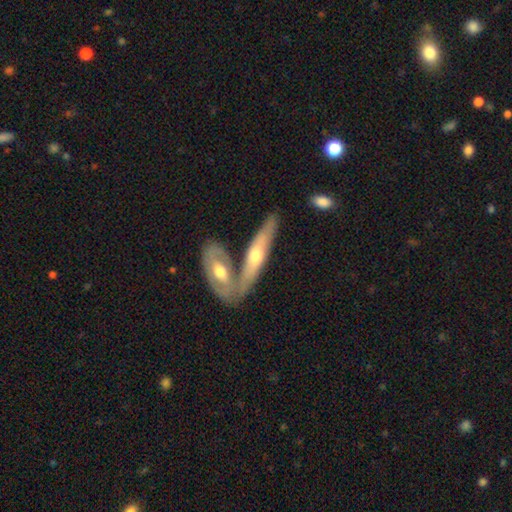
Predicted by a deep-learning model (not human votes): smooth_or_featured: featured or disk (p=0.60) [alt: smooth p=0.35]
disk_edge_on: yes (p=0.76) [alt: no p=0.24]
merging: none (p=0.50) [alt: merger p=0.35]